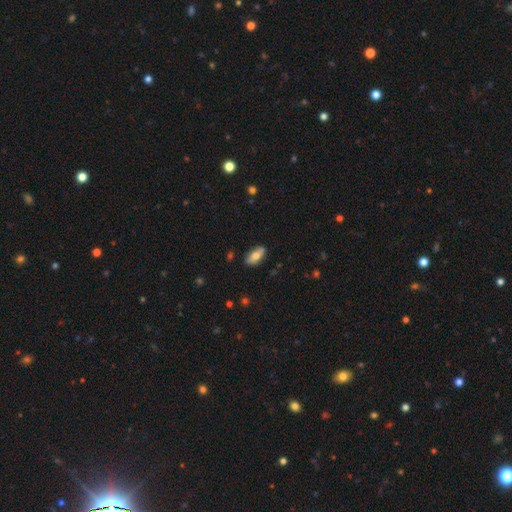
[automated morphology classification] Smooth or featured? smooth (68%)
How rounded? in between (83%)
Merging? none (84%)